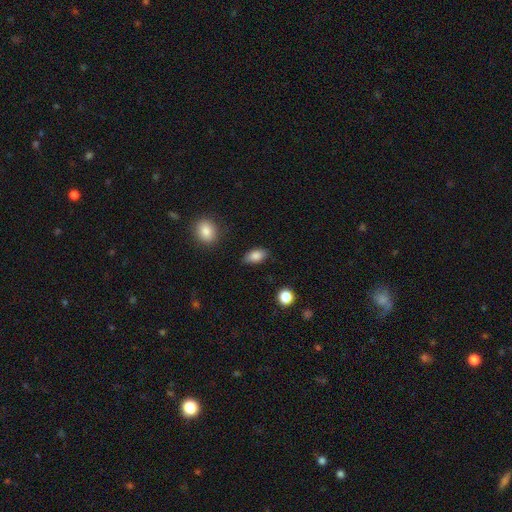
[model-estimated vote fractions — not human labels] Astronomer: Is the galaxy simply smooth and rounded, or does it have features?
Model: smooth — 85%.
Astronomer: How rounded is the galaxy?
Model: in between — 90%.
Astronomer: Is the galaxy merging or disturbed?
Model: none — 83%.